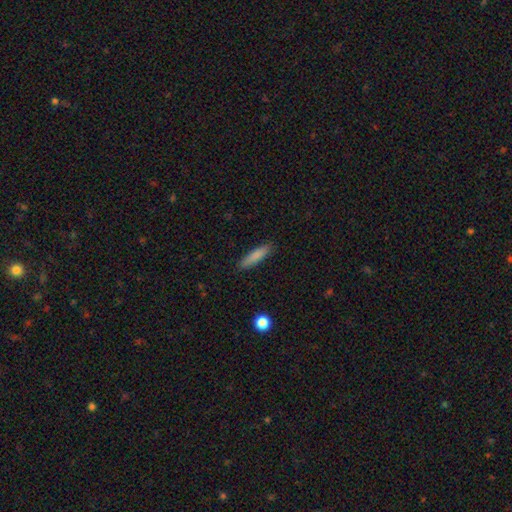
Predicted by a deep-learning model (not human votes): smooth_or_featured: smooth (p=0.84) [alt: featured or disk p=0.10]
how_rounded: cigar-shaped (p=0.82) [alt: in between p=0.16]
merging: none (p=0.89) [alt: minor disturbance p=0.08]